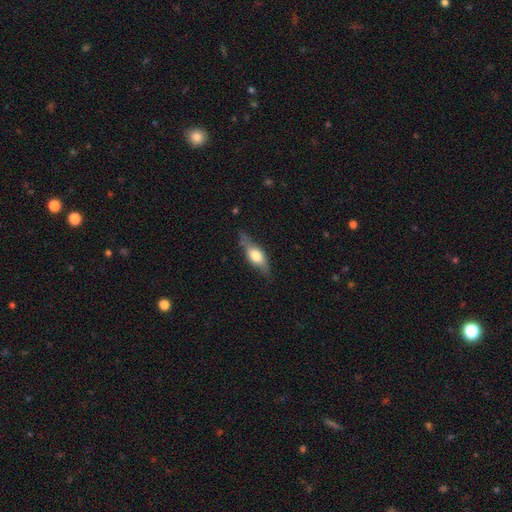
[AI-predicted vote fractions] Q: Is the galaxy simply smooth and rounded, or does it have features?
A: smooth — 52%.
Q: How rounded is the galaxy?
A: in between — 59%.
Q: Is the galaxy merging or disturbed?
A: none — 70%.